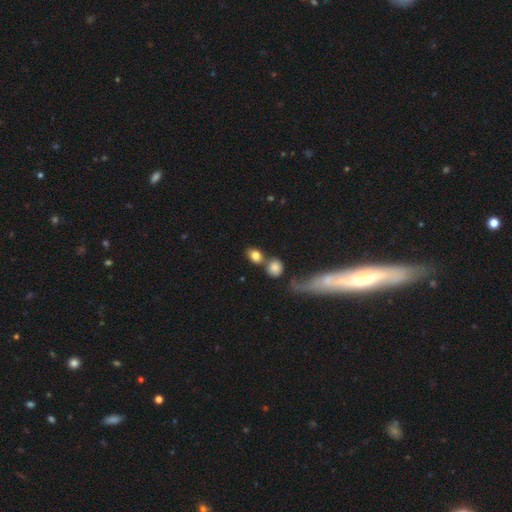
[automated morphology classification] smooth-or-featured: smooth: 80% | featured or disk: 11% | star or artifact: 10%
  how-rounded: in between: 65% | round: 32% | cigar-shaped: 2%
  merging: none: 49% | merger: 32% | minor disturbance: 12% | major disturbance: 7%